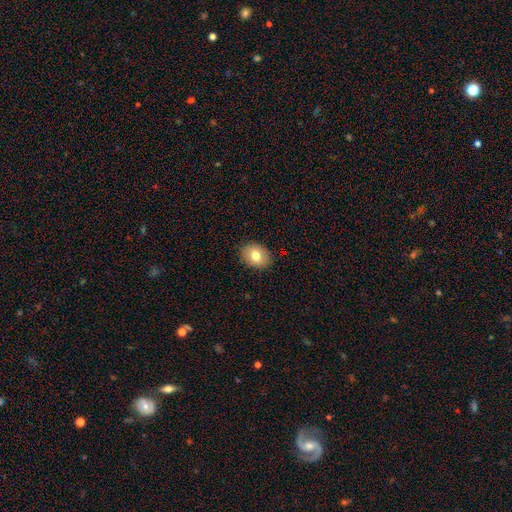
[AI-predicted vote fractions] Q: Smooth or featured?
A: smooth (76%); runner-up: featured or disk (16%)
Q: How rounded?
A: in between (59%); runner-up: round (40%)
Q: Merging?
A: none (87%); runner-up: minor disturbance (9%)